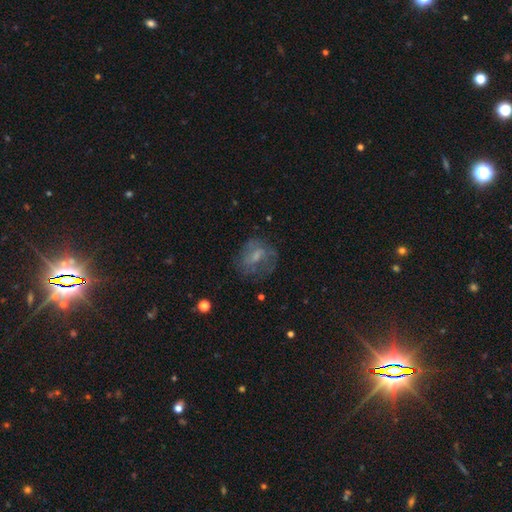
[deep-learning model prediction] Smooth or featured? featured or disk (47%)
Merging? none (58%)